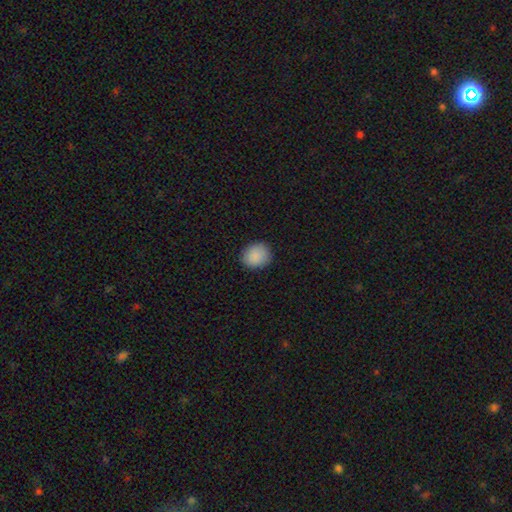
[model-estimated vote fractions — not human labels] Smooth or featured? Predicted: smooth (p=0.89). How rounded? Predicted: round (p=0.64). Merging? Predicted: none (p=0.87).